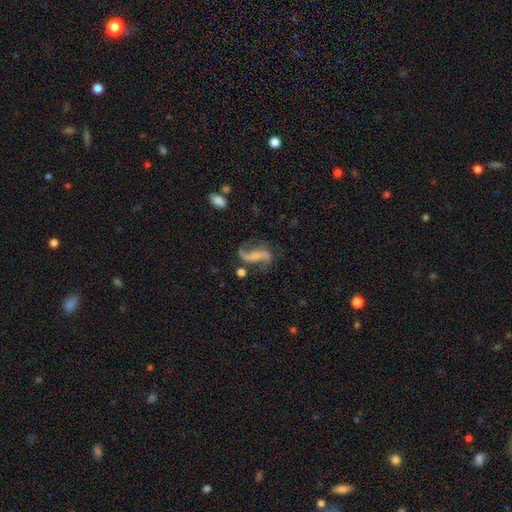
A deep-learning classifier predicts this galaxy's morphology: smooth_or_featured: featured or disk (p=0.81) [alt: smooth p=0.11]
disk_edge_on: no (p=0.94) [alt: yes p=0.06]
bar: no (p=0.40) [alt: weak p=0.31]
has_spiral_arms: yes (p=0.93) [alt: no p=0.07]
spiral_winding: loose (p=0.81) [alt: medium p=0.15]
spiral_arm_count: 2 (p=0.90) [alt: 1 p=0.05]
bulge_size: small (p=0.54) [alt: moderate p=0.23]
merging: none (p=0.62) [alt: minor disturbance p=0.18]